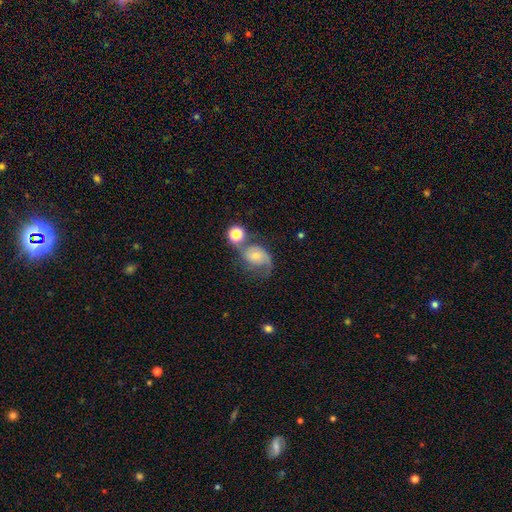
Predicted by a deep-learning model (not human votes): This is likely a featured or disk galaxy (65%). It is clearly not viewed edge-on (97%). Bar: likely no (62%). Spiral arm pattern: clearly yes (91%). Spiral arm count: likely 2 (77%). Spiral winding: possibly loose (46%). Central bulge: possibly small (48%). Merging: marginally none (36%).